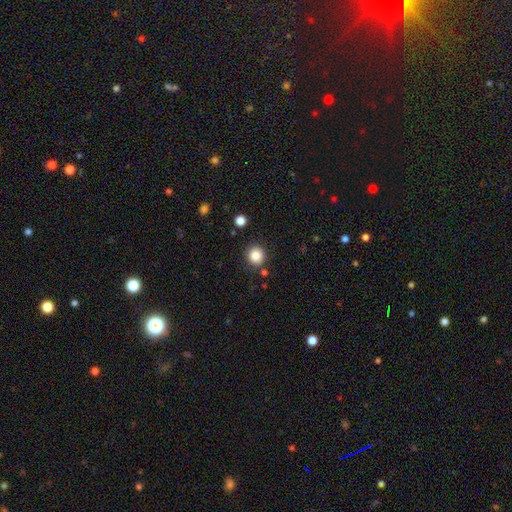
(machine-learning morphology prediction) A smooth galaxy with no disk features (85%) that is round (90%). Merging: none (86%).